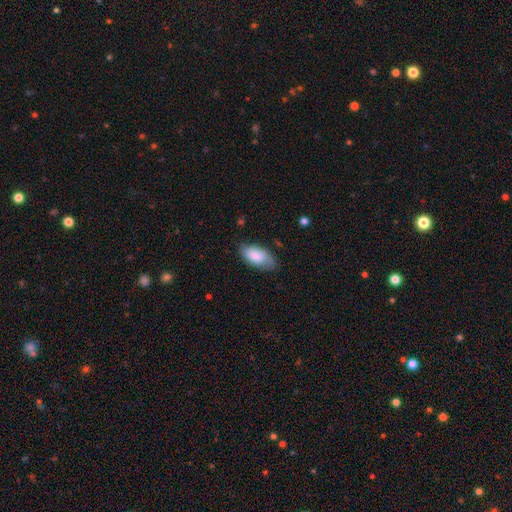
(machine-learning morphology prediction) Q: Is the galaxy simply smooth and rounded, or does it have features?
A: smooth — 78%.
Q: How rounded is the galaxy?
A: in between — 93%.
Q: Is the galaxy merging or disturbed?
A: none — 67%.